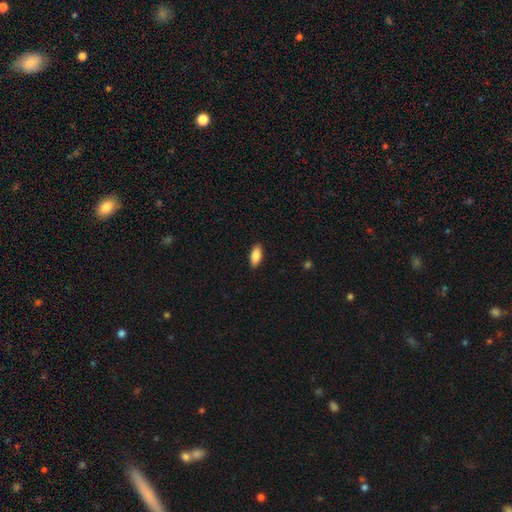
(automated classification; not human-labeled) smooth-or-featured: smooth: 88% | star or artifact: 6% | featured or disk: 6%
  how-rounded: in between: 88% | cigar-shaped: 10% | round: 2%
  merging: none: 90% | minor disturbance: 8% | major disturbance: 2% | merger: 1%